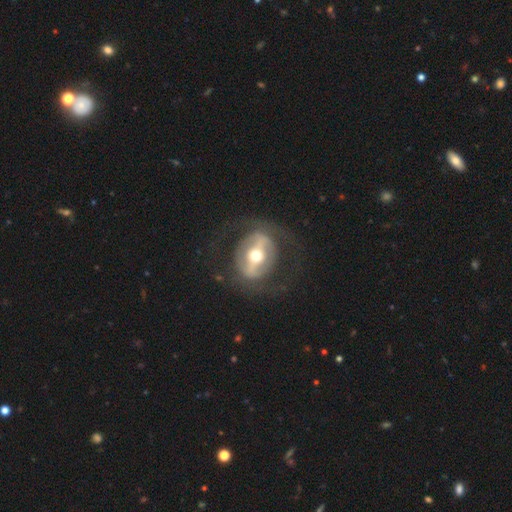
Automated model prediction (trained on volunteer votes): This appears to be a featured or disk galaxy (73%) with a strong bar (62%), no spiral arms (66%) and a moderate central bulge (72%). Merging: none (73%).